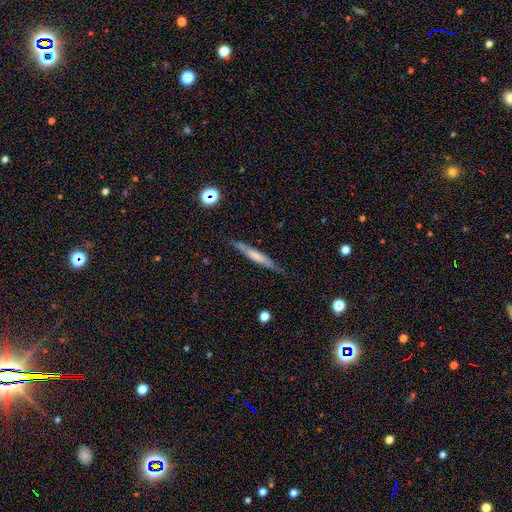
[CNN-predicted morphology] featured or disk 52%, smooth 41%, star or artifact 7%. Down the decision tree: edge-on disk — yes (92%); merging — none (81%).